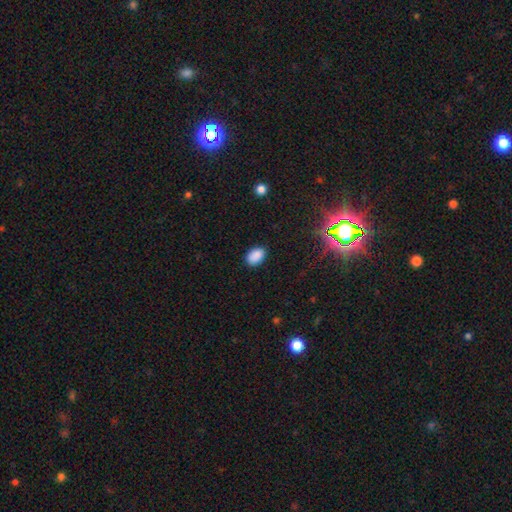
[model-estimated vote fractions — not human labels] Overall: smooth (87%). How rounded: in between (87%). Merging: none (85%).